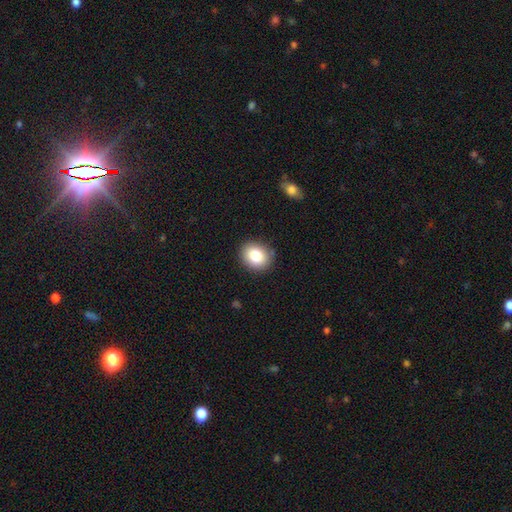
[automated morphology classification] type=smooth (82%); roundness=round (59%); merging=none (88%).